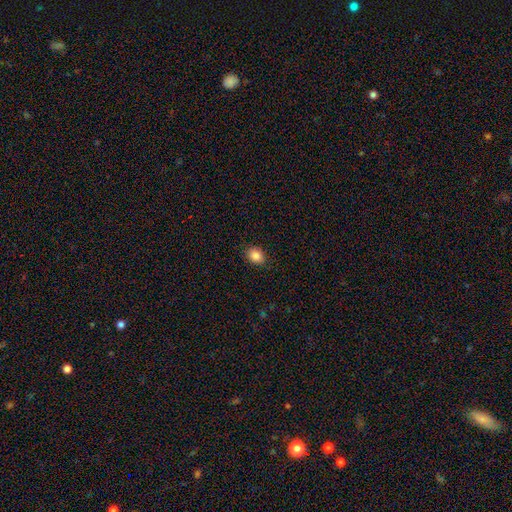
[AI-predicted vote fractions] A smooth galaxy with no disk features (86%) that is in between round and cigar-shaped (56%).

Vote fractions:
- Smooth or featured? smooth: 86% / star or artifact: 9% / featured or disk: 4%
- How rounded? in between: 56% / round: 43% / cigar-shaped: 1%
- Merging? none: 89% / minor disturbance: 8% / major disturbance: 2% / merger: 1%